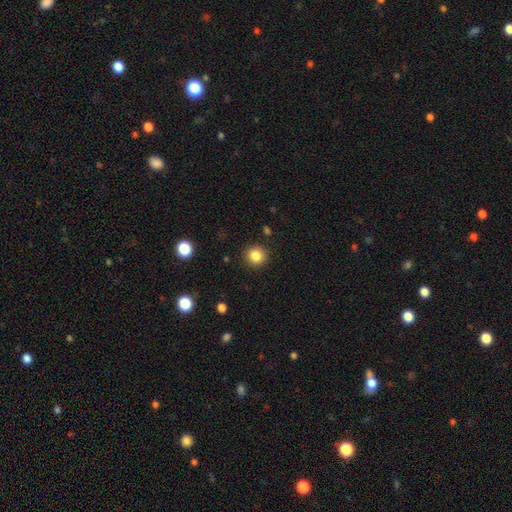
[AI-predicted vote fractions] A smooth galaxy with no disk features (84%) that is round (92%). Merging: none (91%).